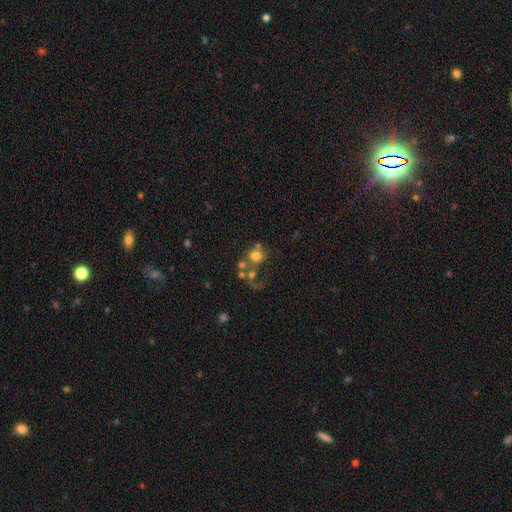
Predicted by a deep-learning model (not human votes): This is likely a smooth galaxy (63%). How rounded: clearly round (80%). Merging: marginally merger (39%).